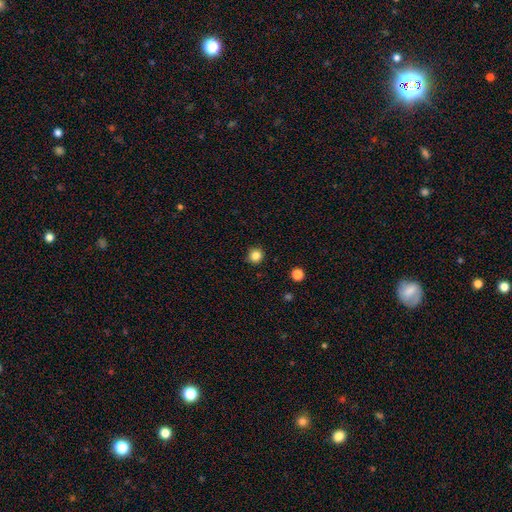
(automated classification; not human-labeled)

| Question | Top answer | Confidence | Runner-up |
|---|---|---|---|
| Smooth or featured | smooth | 84% | star or artifact (12%) |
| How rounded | round | 92% | in between (7%) |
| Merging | none | 90% | minor disturbance (7%) |